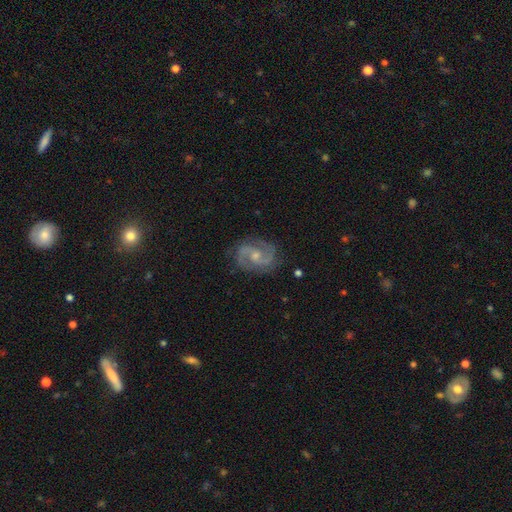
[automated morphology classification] This is clearly a featured or disk galaxy (89%). It is clearly not viewed edge-on (98%). Bar: possibly no (46%). Spiral arm pattern: clearly yes (98%). Spiral arm count: clearly 2 (91%). Spiral winding: possibly medium (59%). Central bulge: possibly small (51%). Merging: clearly none (82%).